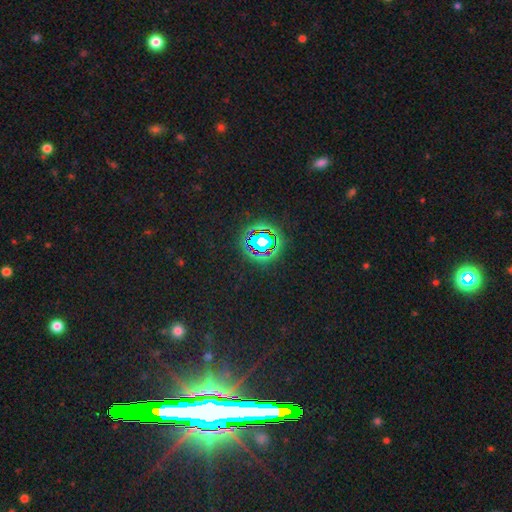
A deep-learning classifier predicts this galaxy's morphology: Smooth or featured? star or artifact (78%)